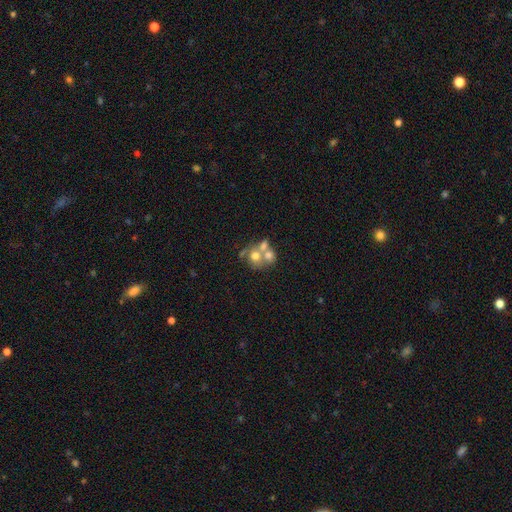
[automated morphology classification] Overall: smooth (57%; featured or disk 31%). How rounded: round (73%). Merging: merger (59%; none 27%).